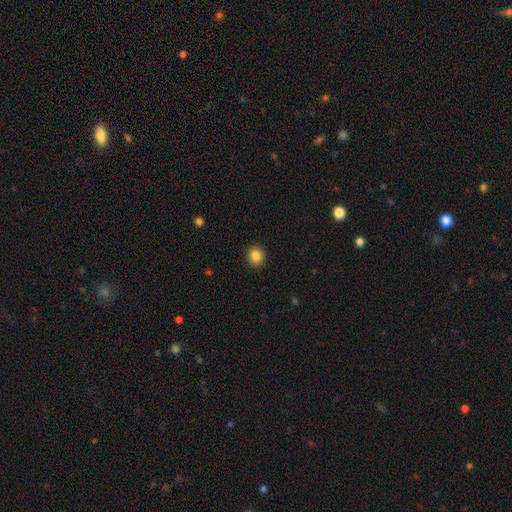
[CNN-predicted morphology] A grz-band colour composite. It shows a smooth galaxy with no disk features (85%) that is round (74%). Merging: none (91%).